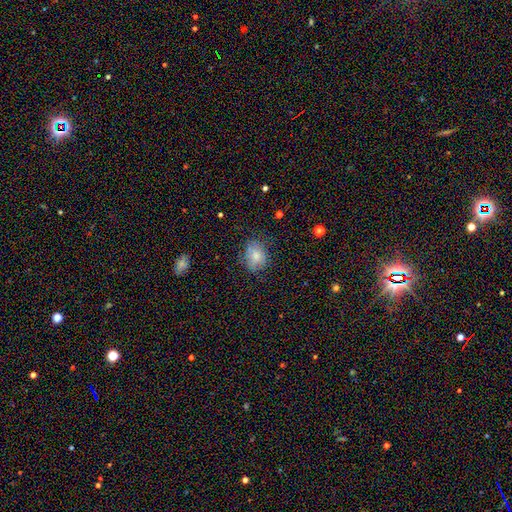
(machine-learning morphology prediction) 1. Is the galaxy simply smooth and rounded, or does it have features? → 72% smooth, 18% featured or disk, 10% star or artifact.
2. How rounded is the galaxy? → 56% in between, 43% round, 1% cigar-shaped.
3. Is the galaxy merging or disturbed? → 69% none, 23% minor disturbance, 7% major disturbance, 1% merger.